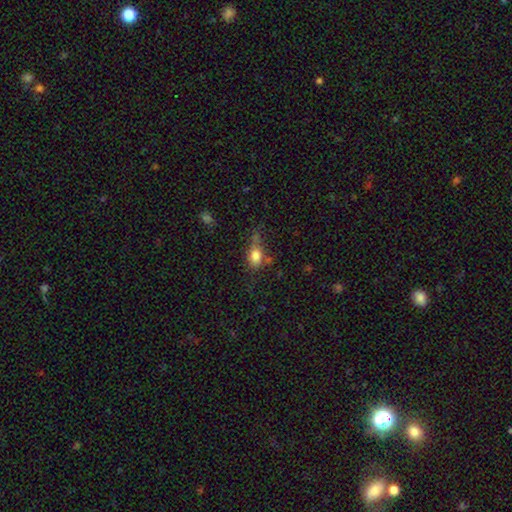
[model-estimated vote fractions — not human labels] Overall: smooth (77%). How rounded: in between (71%). Merging: none (44%; minor disturbance 29%).